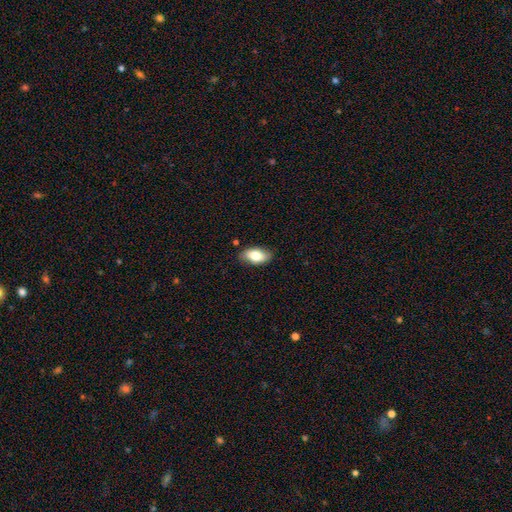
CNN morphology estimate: This is likely a smooth galaxy (77%). How rounded: clearly in between (93%). Merging: clearly none (82%).